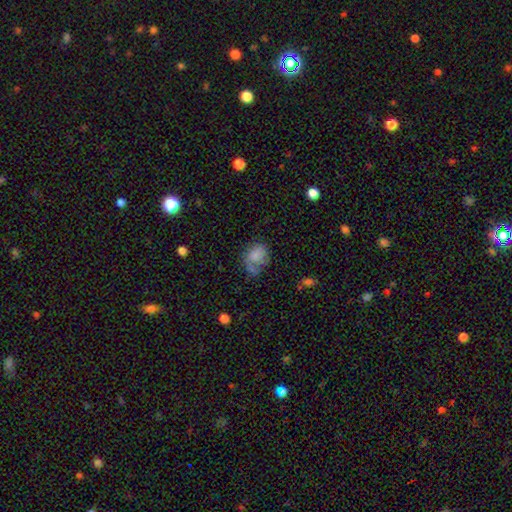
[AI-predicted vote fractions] smooth-or-featured: smooth: 67% | featured or disk: 22% | star or artifact: 11%
  how-rounded: in between: 59% | round: 40% | cigar-shaped: 1%
  merging: none: 36% | minor disturbance: 28% | major disturbance: 27% | merger: 9%